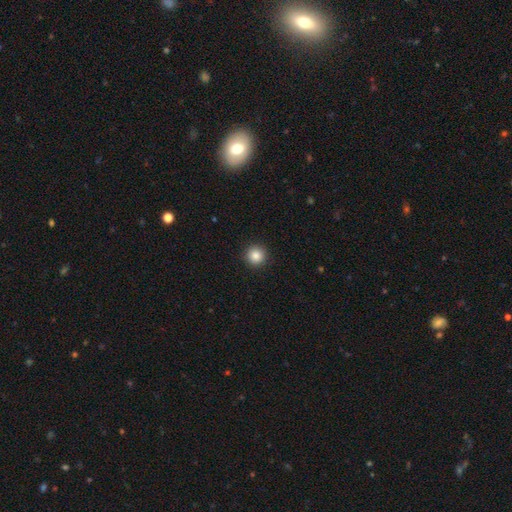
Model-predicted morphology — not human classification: smooth-or-featured: smooth: 85% | star or artifact: 10% | featured or disk: 4%
  how-rounded: round: 95% | in between: 4% | cigar-shaped: 1%
  merging: none: 93% | minor disturbance: 5% | major disturbance: 2% | merger: 1%